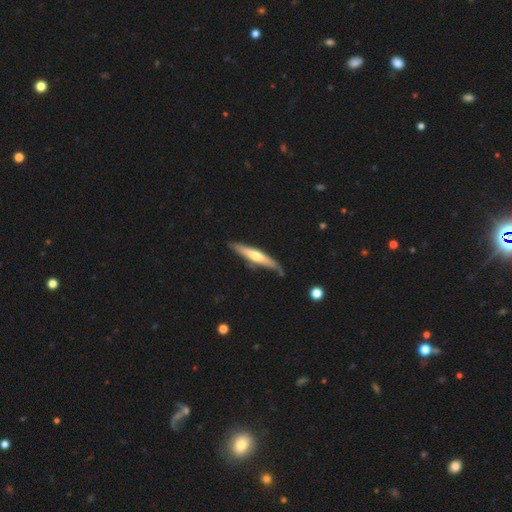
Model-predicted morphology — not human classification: Smooth or featured? Predicted: featured or disk (p=0.51). Edge-on disk? Predicted: yes (p=0.91). Merging? Predicted: none (p=0.73).